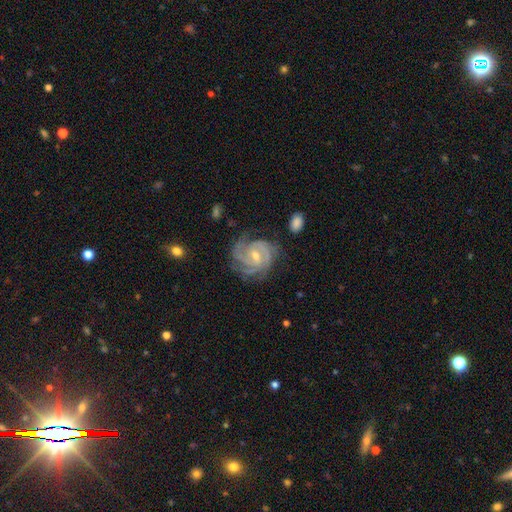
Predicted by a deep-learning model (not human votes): smooth-or-featured: featured or disk: 90% | star or artifact: 5% | smooth: 4%
  disk-edge-on: no: 98% | yes: 2%
    bar: weak: 44% | no: 42% | strong: 14%
    has-spiral-arms: yes: 98% | no: 2%
      spiral-winding: tight: 65% | medium: 31% | loose: 4%
      spiral-arm-count: 3: 44% | 2: 21% | 4: 13% | can't tell: 12% | more than 4: 5% | 1: 5%
    bulge-size: small: 57% | moderate: 40% | none: 1% | large: 1% | dominant: 1%
  merging: none: 72% | minor disturbance: 19% | major disturbance: 7% | merger: 2%